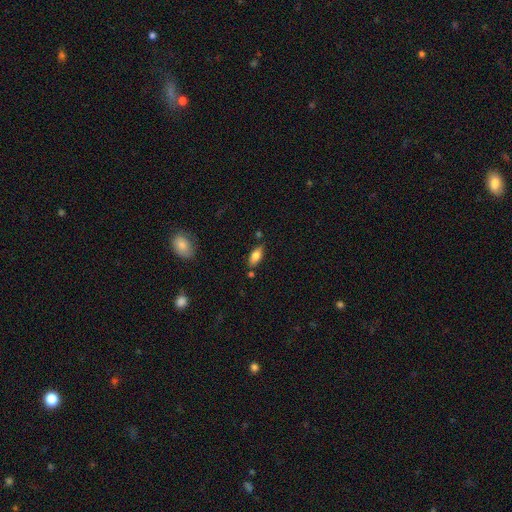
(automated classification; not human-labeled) The model was most divided on "smooth or featured": smooth: 75%, featured or disk: 17%, star or artifact: 7%. More confident: how rounded — in between (84%); merging — none (78%).